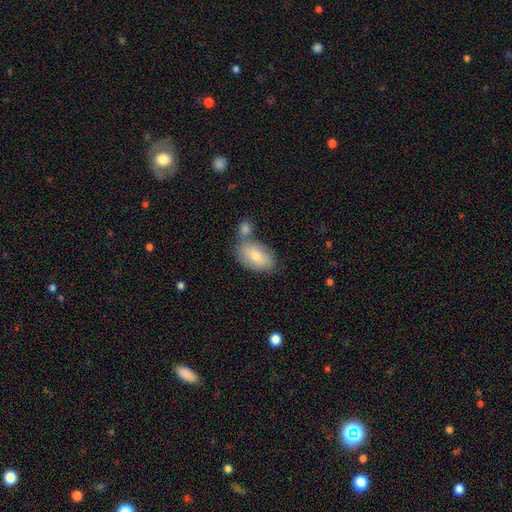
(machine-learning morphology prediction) This appears to be a smooth galaxy with no disk features (72%) that is in between round and cigar-shaped (91%). Merging: none (58%).